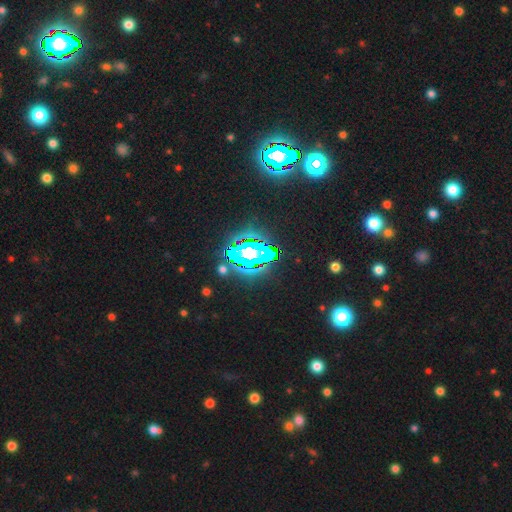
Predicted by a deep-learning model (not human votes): The model was most divided on "smooth or featured": star or artifact: 84%, smooth: 9%, featured or disk: 7%.